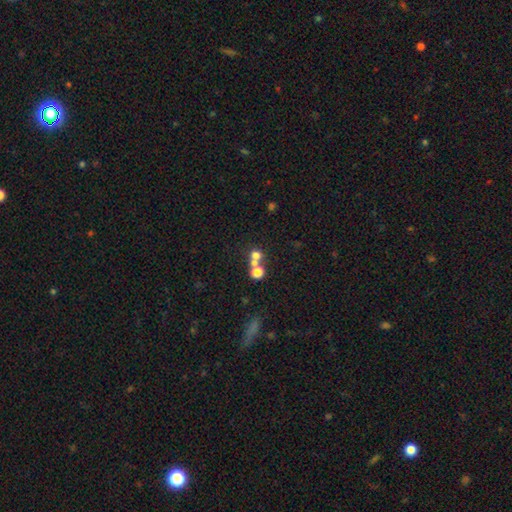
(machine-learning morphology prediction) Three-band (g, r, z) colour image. It shows a smooth galaxy with no disk features (67%) that is round (85%). Merging: merger (47%).